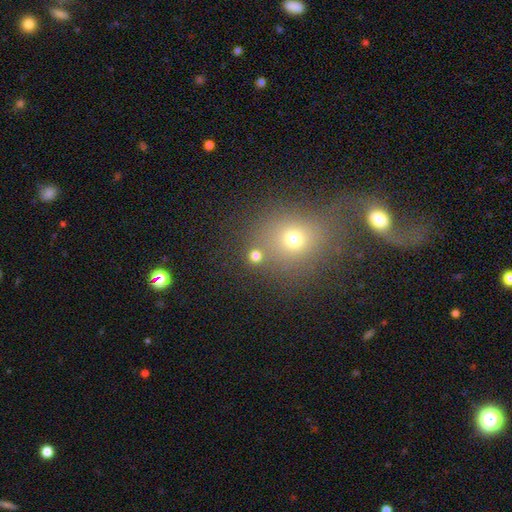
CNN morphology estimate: Smooth or featured?
  - smooth: 73% *
  - star or artifact: 20%
  - featured or disk: 7%
How rounded?
  - round: 89% *
  - in between: 10%
  - cigar-shaped: 1%
Merging?
  - none: 72% *
  - merger: 17%
  - minor disturbance: 7%
  - major disturbance: 3%